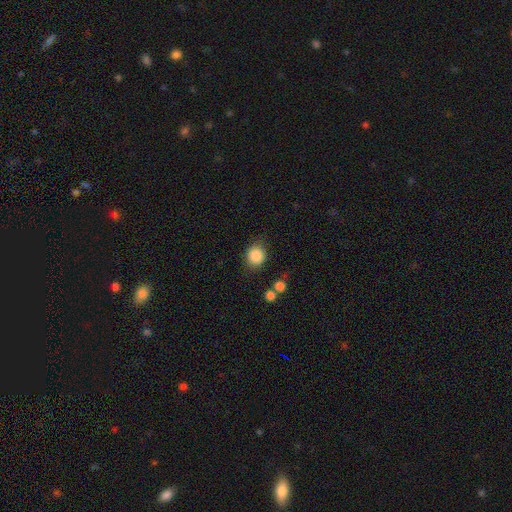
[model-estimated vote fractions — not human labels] A smooth galaxy with no disk features (87%) that is round (76%). Merging: none (77%).